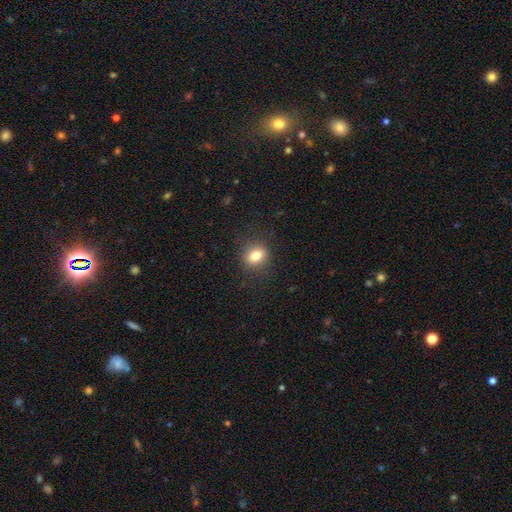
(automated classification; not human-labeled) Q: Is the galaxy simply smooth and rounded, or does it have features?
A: smooth — 79%.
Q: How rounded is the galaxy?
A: round — 56%.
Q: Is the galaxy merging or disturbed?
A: none — 87%.